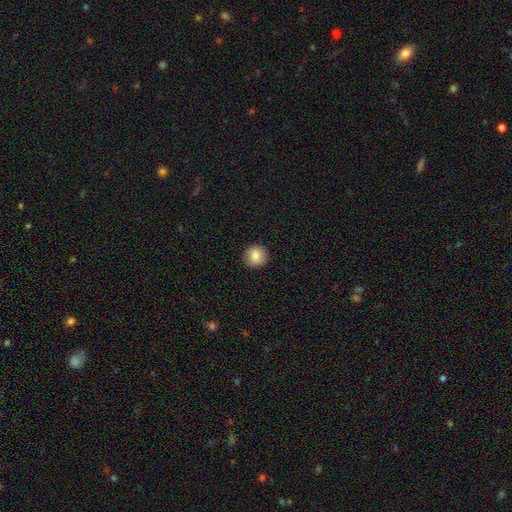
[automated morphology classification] A smooth galaxy with no disk features (86%) that is round (93%). Merging: none (91%).